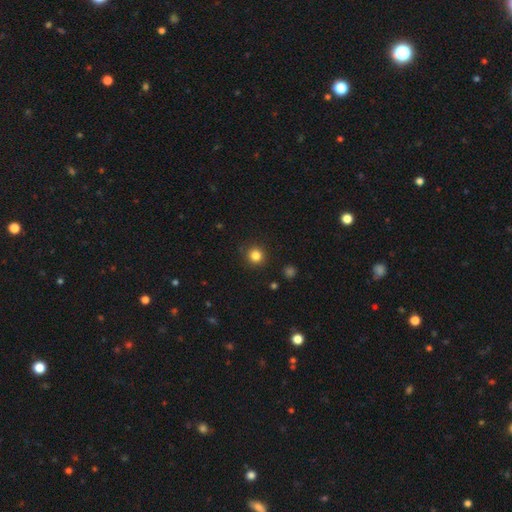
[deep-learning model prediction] Smooth or featured? Predicted: smooth (p=0.83). How rounded? Predicted: round (p=0.94). Merging? Predicted: none (p=0.91).